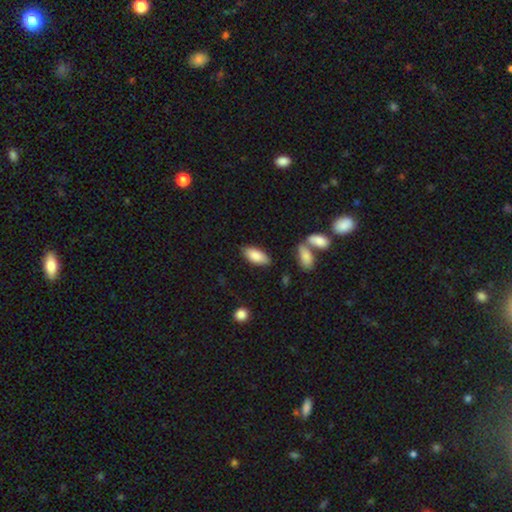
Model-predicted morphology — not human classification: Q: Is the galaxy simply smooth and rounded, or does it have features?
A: smooth — 85%.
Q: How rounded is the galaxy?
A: in between — 87%.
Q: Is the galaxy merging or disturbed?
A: none — 79%.